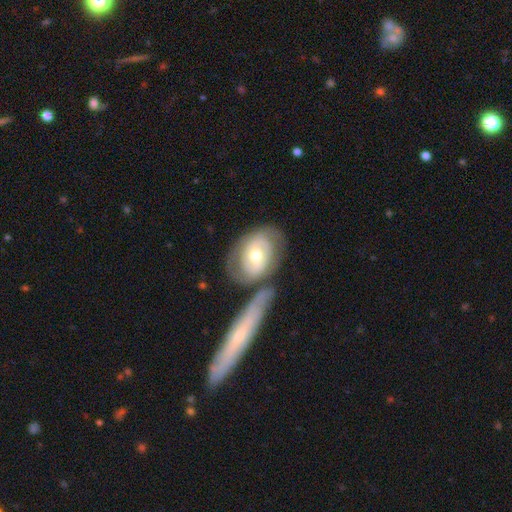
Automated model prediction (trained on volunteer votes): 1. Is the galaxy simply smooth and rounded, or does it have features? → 58% featured or disk, 36% smooth, 6% star or artifact.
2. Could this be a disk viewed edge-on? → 89% no, 11% yes.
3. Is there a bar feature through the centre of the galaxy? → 62% no, 27% weak, 11% strong.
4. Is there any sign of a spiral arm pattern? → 68% yes, 32% no.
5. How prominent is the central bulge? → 67% moderate, 25% small, 6% large, 1% dominant, 1% none.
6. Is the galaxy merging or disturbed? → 53% none, 23% merger, 16% minor disturbance, 7% major disturbance.